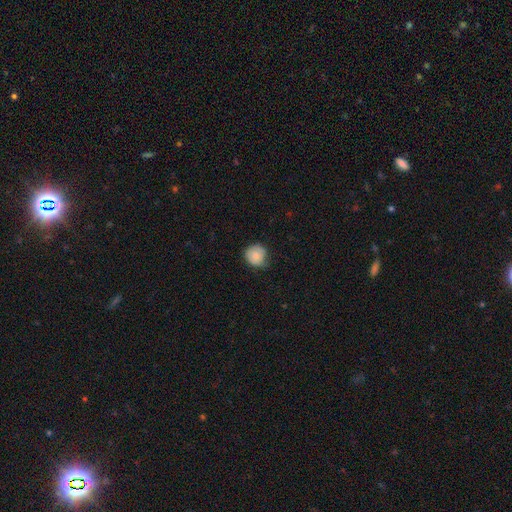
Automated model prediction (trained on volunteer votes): smooth_or_featured: smooth (p=0.81) [alt: featured or disk p=0.11]
how_rounded: round (p=0.89) [alt: in between p=0.10]
merging: none (p=0.67) [alt: minor disturbance p=0.27]